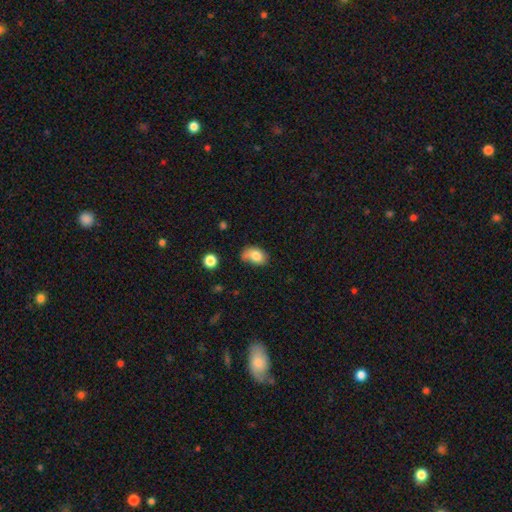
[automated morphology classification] Smooth or featured?
  - smooth: 78% *
  - featured or disk: 13%
  - star or artifact: 9%
How rounded?
  - in between: 78% *
  - round: 21%
  - cigar-shaped: 1%
Merging?
  - none: 45% *
  - minor disturbance: 36%
  - major disturbance: 14%
  - merger: 6%